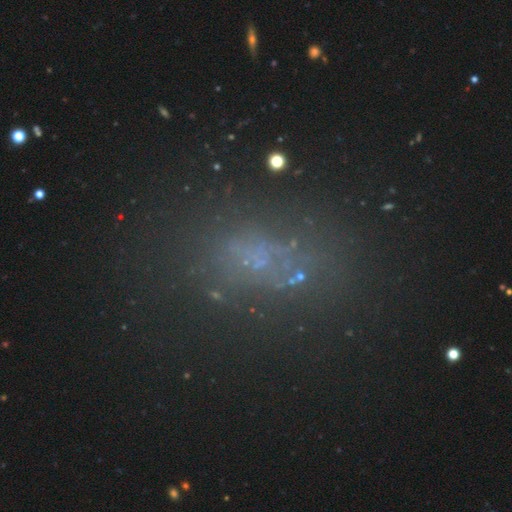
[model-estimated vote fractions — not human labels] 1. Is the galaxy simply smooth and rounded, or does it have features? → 36% star or artifact, 35% smooth, 29% featured or disk.